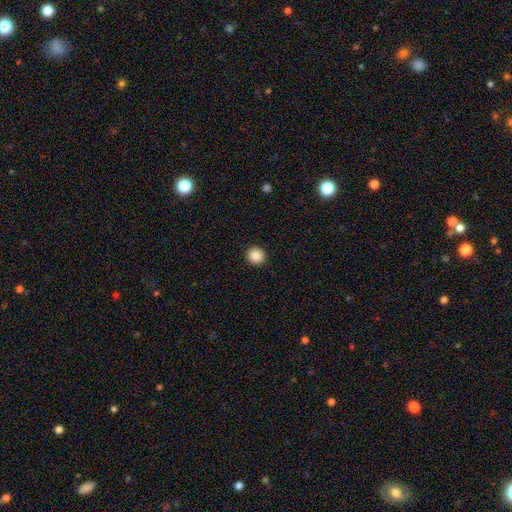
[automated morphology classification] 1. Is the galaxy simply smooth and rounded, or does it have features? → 89% smooth, 9% star or artifact, 3% featured or disk.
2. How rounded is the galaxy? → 93% round, 6% in between, 1% cigar-shaped.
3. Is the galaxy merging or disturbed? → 93% none, 5% minor disturbance, 2% major disturbance, 1% merger.